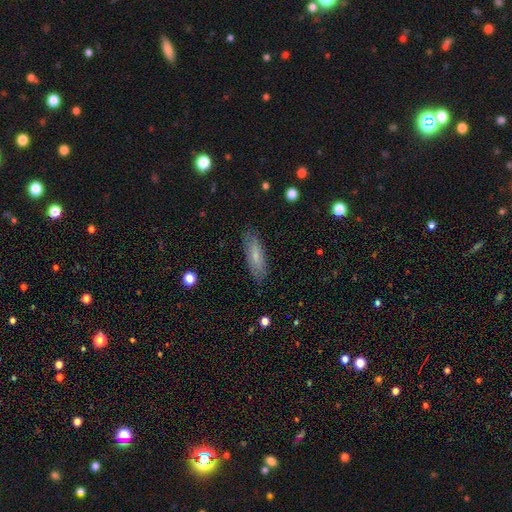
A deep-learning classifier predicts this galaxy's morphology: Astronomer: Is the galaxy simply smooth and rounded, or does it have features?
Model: smooth — 68%.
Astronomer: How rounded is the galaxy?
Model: in between — 55% (runner-up: cigar-shaped, 43%).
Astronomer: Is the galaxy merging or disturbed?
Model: none — 84%.